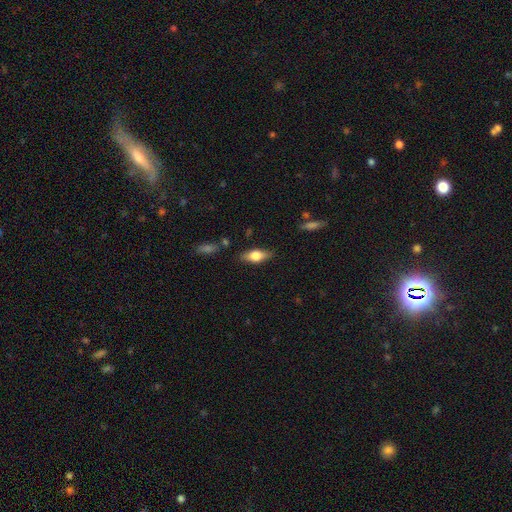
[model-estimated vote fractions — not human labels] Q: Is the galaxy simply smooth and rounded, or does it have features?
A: smooth — 65%.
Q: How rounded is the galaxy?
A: in between — 78%.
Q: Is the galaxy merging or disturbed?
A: none — 81%.